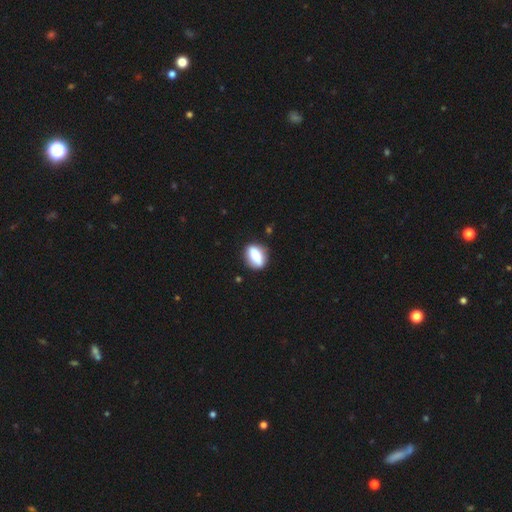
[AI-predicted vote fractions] This appears to be a smooth galaxy with no disk features (74%) that is in between round and cigar-shaped (75%). Merging: none (82%).